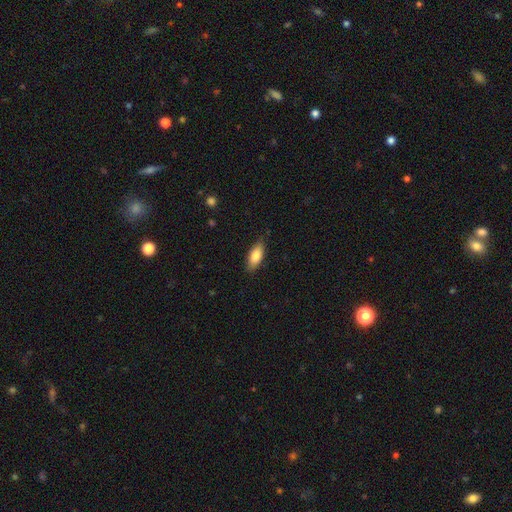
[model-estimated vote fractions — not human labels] smooth_or_featured: smooth (p=0.83) [alt: featured or disk p=0.11]
how_rounded: in between (p=0.79) [alt: cigar-shaped p=0.18]
merging: none (p=0.81) [alt: minor disturbance p=0.15]